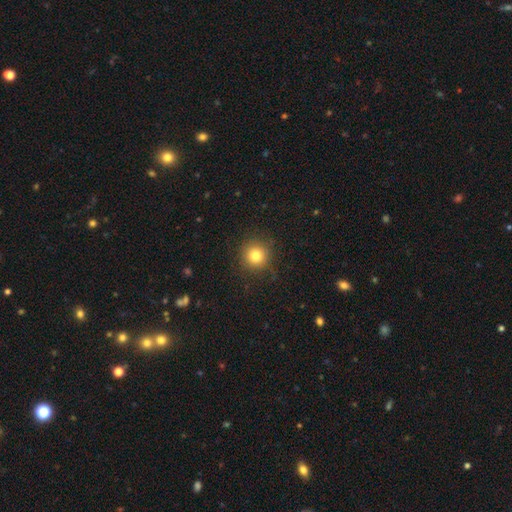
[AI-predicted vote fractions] Smooth or featured: smooth — 79% (star or artifact — 13%)
How rounded: round — 94% (in between — 5%)
Merging: none — 89% (minor disturbance — 7%)